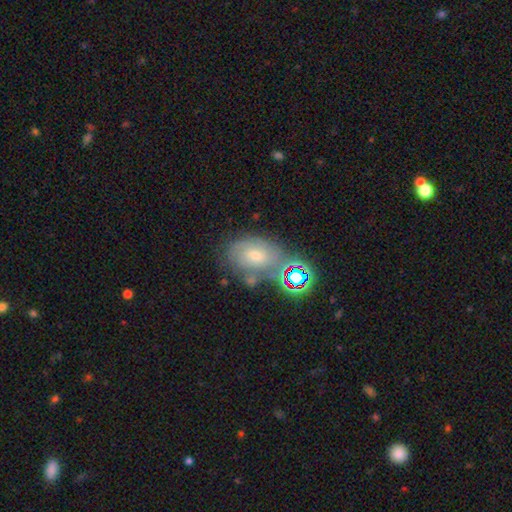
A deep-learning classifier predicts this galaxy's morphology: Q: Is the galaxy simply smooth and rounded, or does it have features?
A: featured or disk — 41%.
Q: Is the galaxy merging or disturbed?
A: none — 50%.